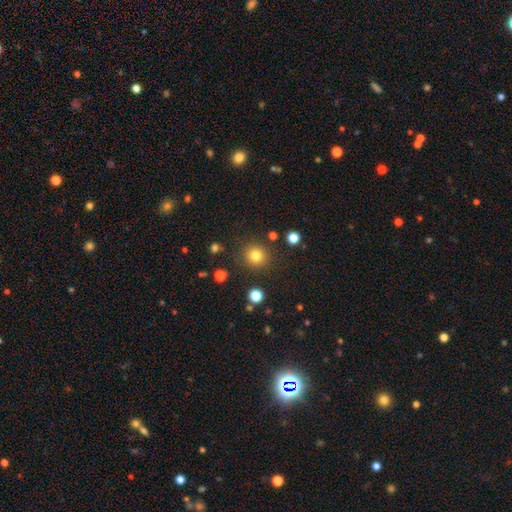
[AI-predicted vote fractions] Smooth or featured: smooth — 80% (star or artifact — 13%)
How rounded: round — 93% (in between — 6%)
Merging: none — 88% (minor disturbance — 7%)